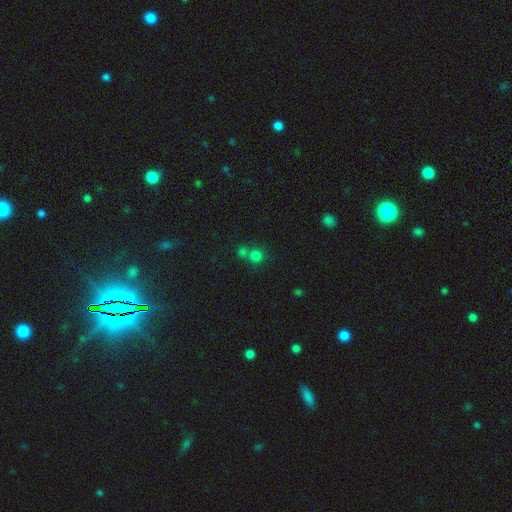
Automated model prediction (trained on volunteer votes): Smooth or featured? Predicted: smooth (p=0.74). How rounded? Predicted: round (p=0.90). Merging? Predicted: none (p=0.52).